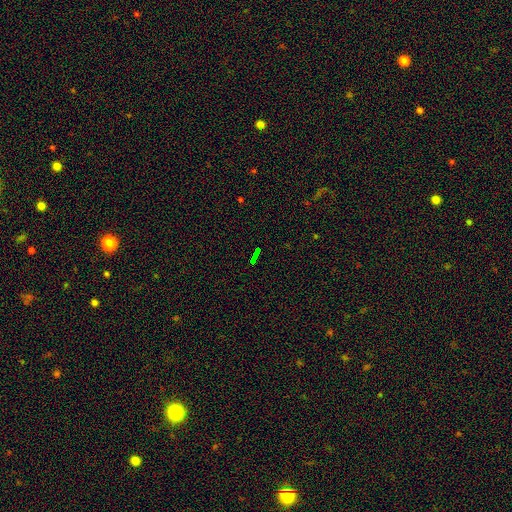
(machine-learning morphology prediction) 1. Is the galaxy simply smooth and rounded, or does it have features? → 67% star or artifact, 19% smooth, 14% featured or disk.